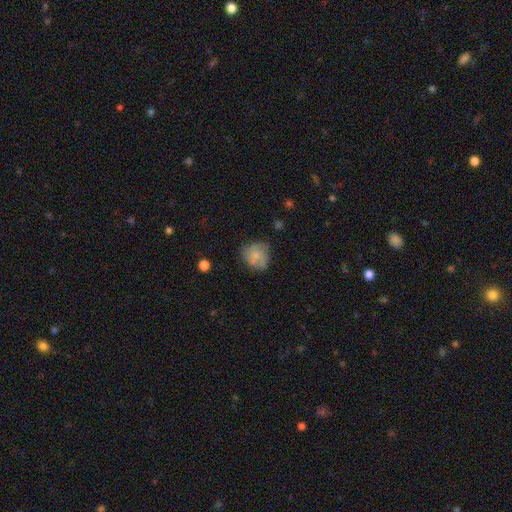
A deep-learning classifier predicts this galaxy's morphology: A smooth galaxy with no disk features (59%) that is round (73%).

Vote fractions:
- Smooth or featured? smooth: 59% / featured or disk: 31% / star or artifact: 10%
- How rounded? round: 73% / in between: 26% / cigar-shaped: 1%
- Merging? none: 56% / minor disturbance: 28% / major disturbance: 12% / merger: 4%